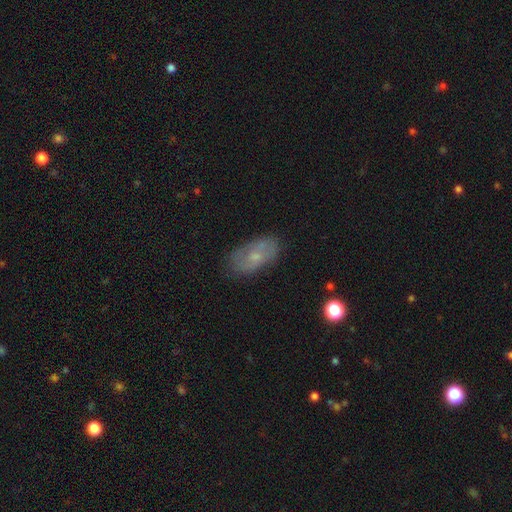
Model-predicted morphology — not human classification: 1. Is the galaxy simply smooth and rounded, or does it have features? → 48% smooth, 43% featured or disk, 9% star or artifact.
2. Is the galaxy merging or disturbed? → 75% none, 18% minor disturbance, 5% major disturbance, 2% merger.